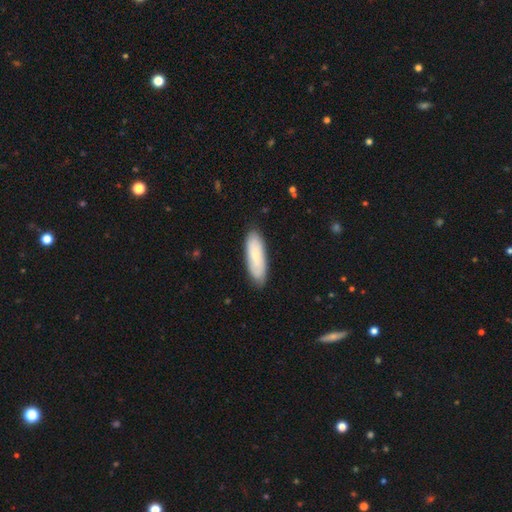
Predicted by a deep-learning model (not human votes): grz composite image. It shows a smooth galaxy with no disk features (72%) that is in between round and cigar-shaped (56%). Merging: none (85%).